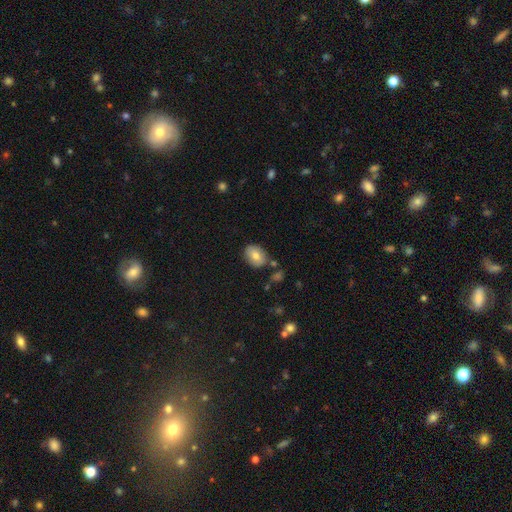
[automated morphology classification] The model was most divided on "how rounded": in between: 62%, round: 37%, cigar-shaped: 1%. More confident: merging — none (76%); smooth or featured — smooth (75%).